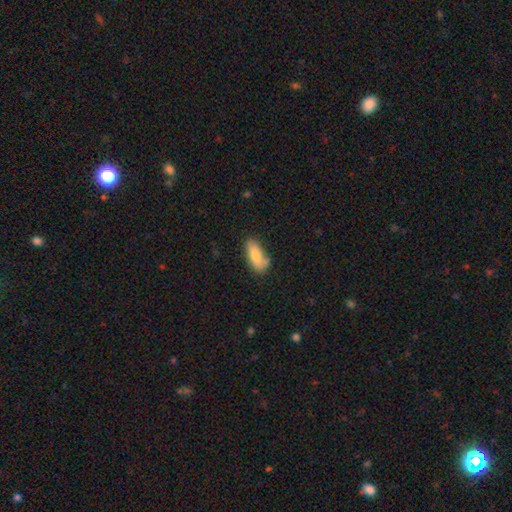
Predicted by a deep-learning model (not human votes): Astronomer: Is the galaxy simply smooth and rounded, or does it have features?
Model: smooth — 73%.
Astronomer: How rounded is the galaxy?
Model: in between — 82%.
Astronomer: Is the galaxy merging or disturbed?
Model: none — 63%.